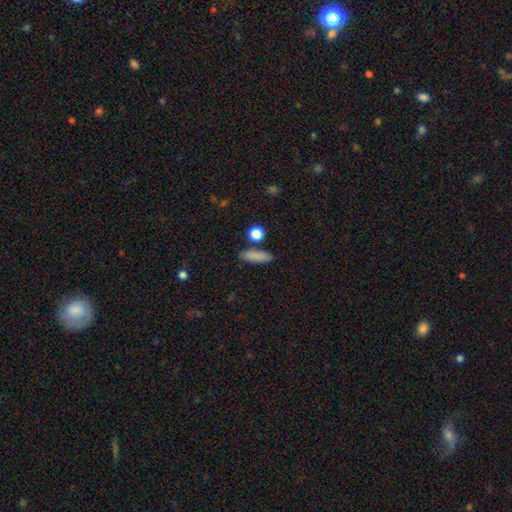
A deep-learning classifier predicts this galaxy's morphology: smooth 84%, star or artifact 9%, featured or disk 8%. Down the decision tree: how rounded — in between (53%); merging — none (80%).